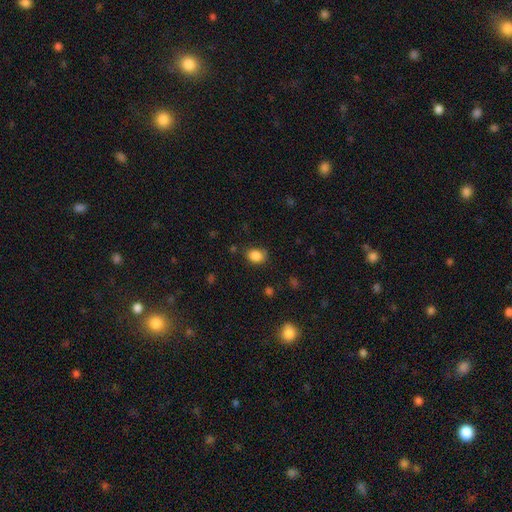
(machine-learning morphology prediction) Overall: smooth (85%). How rounded: in between (59%; round 40%). Merging: none (77%).